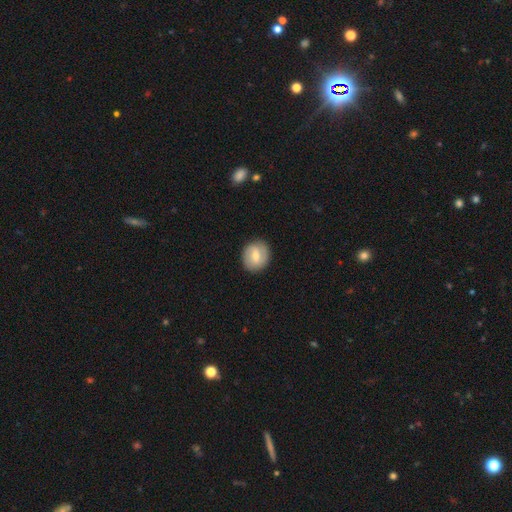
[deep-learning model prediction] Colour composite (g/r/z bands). It shows a smooth galaxy with no disk features (55%) that is round (81%). Merging: none (88%).